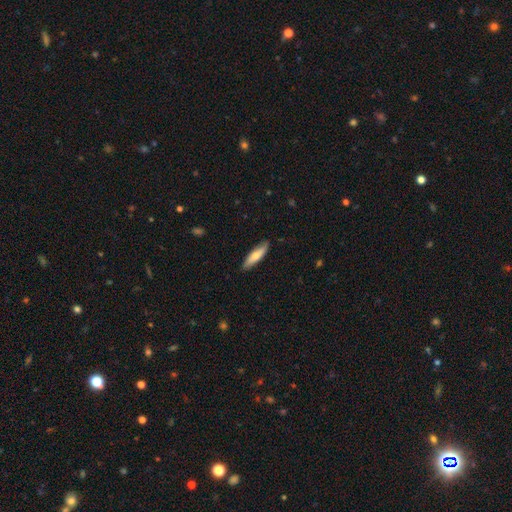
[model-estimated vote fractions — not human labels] Smooth or featured? smooth (67%)
How rounded? cigar-shaped (71%)
Merging? none (87%)